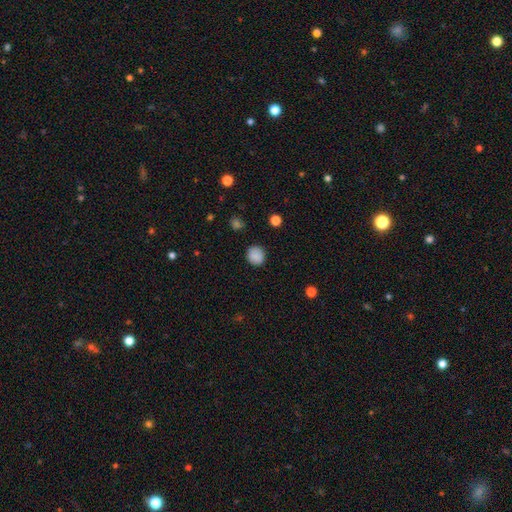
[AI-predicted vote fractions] Smooth or featured: smooth — 85% (star or artifact — 9%)
How rounded: round — 88% (in between — 11%)
Merging: none — 87% (minor disturbance — 9%)